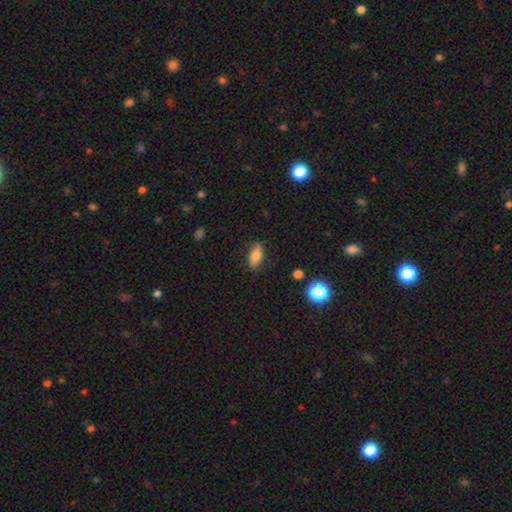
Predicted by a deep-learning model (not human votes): This is likely a smooth galaxy (74%). How rounded: likely in between (80%). Merging: clearly none (83%).